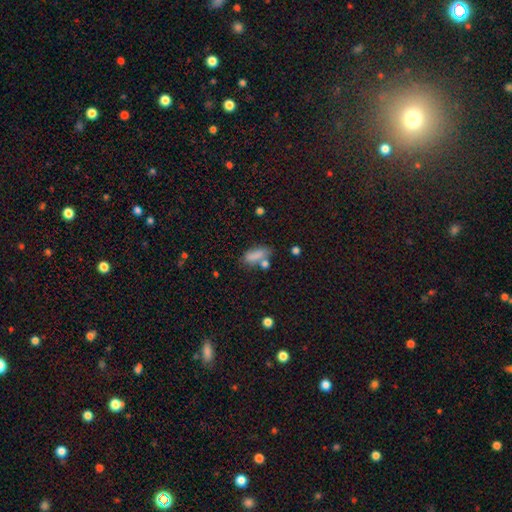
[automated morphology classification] Smooth or featured? Predicted: smooth (p=0.79). How rounded? Predicted: in between (p=0.75). Merging? Predicted: none (p=0.49).